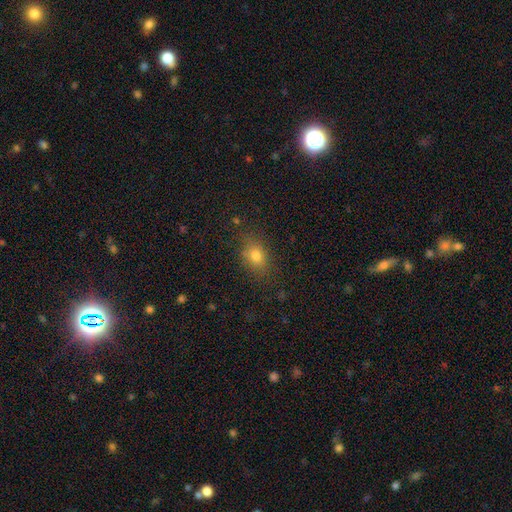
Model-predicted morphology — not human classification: smooth_or_featured: smooth (p=0.76) [alt: star or artifact p=0.14]
how_rounded: in between (p=0.69) [alt: round p=0.27]
merging: none (p=0.81) [alt: minor disturbance p=0.13]